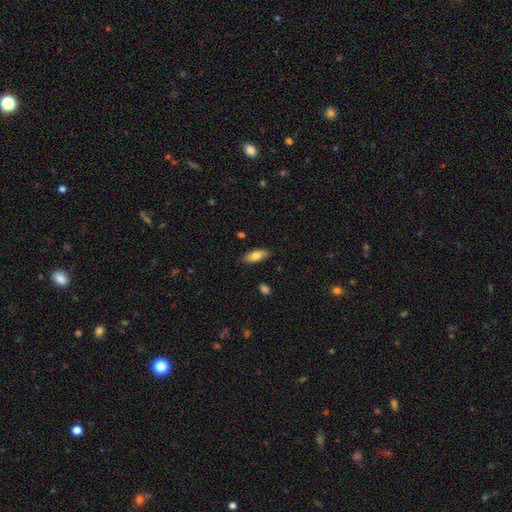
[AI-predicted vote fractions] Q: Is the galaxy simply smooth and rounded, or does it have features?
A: smooth — 78%.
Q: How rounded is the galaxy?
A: in between — 80%.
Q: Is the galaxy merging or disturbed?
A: none — 86%.